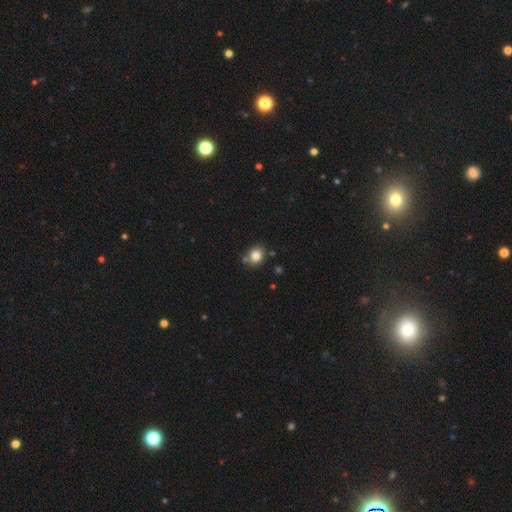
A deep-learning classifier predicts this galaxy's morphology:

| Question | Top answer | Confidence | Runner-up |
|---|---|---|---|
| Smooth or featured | smooth | 82% | star or artifact (11%) |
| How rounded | round | 73% | in between (26%) |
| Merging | none | 75% | minor disturbance (12%) |